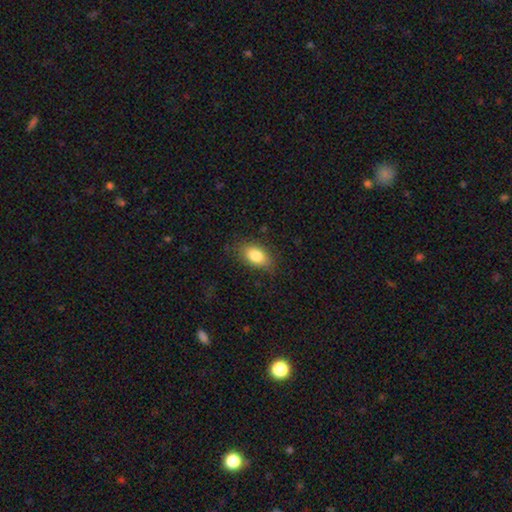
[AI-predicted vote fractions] Morphology: type=smooth (82%); roundness=in between (88%); merging=none (78%).